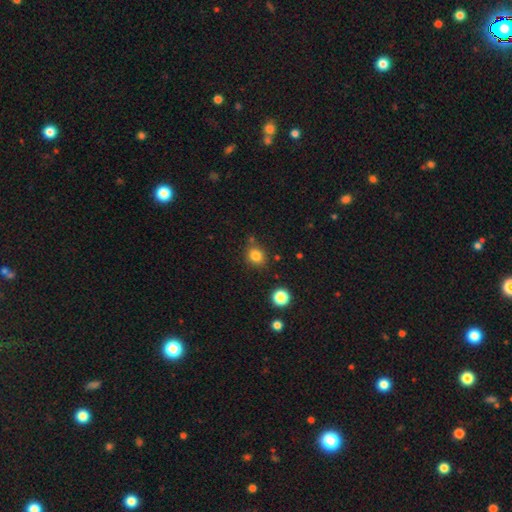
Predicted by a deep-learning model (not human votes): Q: Smooth or featured?
A: smooth (82%); runner-up: star or artifact (12%)
Q: How rounded?
A: round (66%); runner-up: in between (33%)
Q: Merging?
A: none (78%); runner-up: minor disturbance (13%)